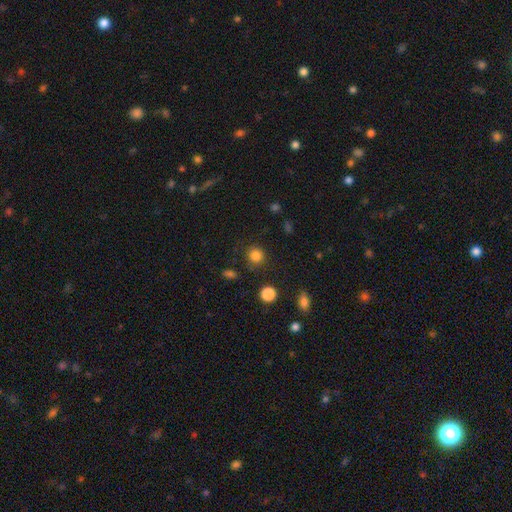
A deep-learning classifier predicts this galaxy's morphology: This appears to be a smooth galaxy with no disk features (83%) that is round (90%). Merging: none (85%).